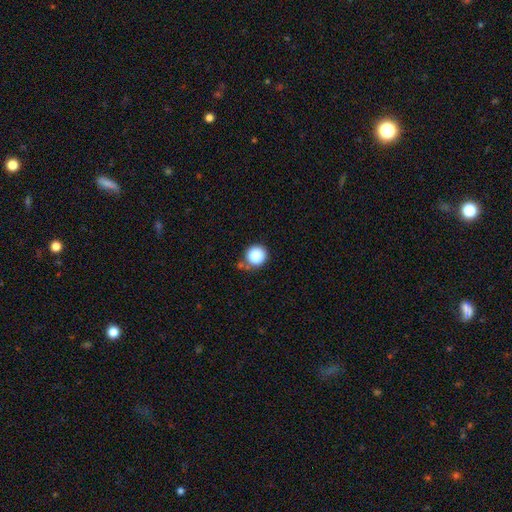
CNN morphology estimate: smooth 87%, star or artifact 10%, featured or disk 4%. Down the decision tree: how rounded — round (94%); merging — none (74%).